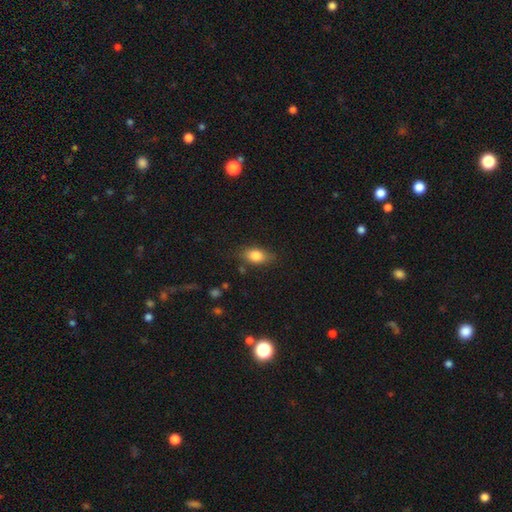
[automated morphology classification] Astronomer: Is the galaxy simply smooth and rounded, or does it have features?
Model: smooth — 83%.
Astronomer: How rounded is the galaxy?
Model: in between — 83%.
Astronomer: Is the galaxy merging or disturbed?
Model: none — 74%.